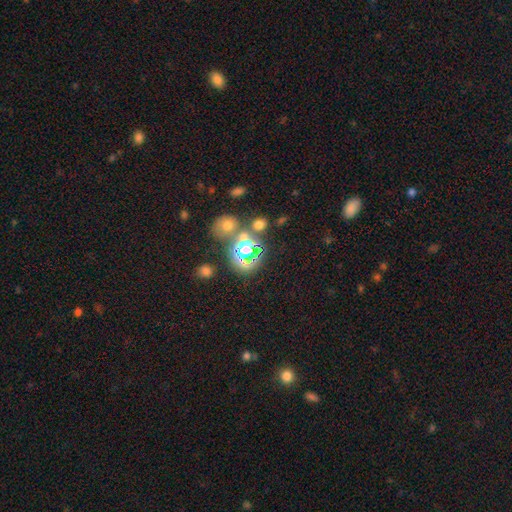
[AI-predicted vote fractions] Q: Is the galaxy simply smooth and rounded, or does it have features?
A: star or artifact — 53%.